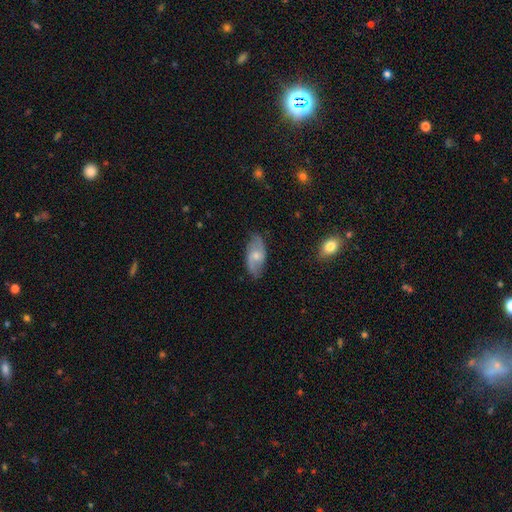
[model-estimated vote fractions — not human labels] smooth-or-featured: featured or disk: 57% | smooth: 37% | star or artifact: 7%
  disk-edge-on: no: 92% | yes: 8%
    bar: no: 54% | weak: 39% | strong: 7%
    has-spiral-arms: yes: 85% | no: 15%
    bulge-size: small: 49% | moderate: 44% | none: 4% | large: 2% | dominant: 1%
  merging: none: 77% | minor disturbance: 17% | major disturbance: 4% | merger: 1%